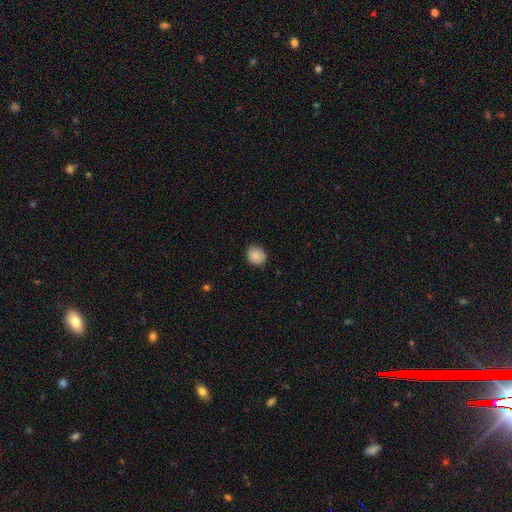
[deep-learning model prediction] smooth-or-featured: smooth: 86% | star or artifact: 8% | featured or disk: 7%
  how-rounded: round: 67% | in between: 32% | cigar-shaped: 1%
  merging: none: 81% | minor disturbance: 15% | major disturbance: 3% | merger: 1%